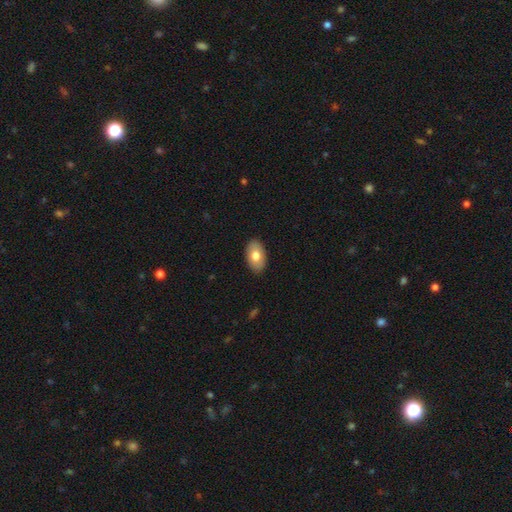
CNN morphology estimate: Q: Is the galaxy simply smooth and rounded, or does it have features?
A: smooth — 75%.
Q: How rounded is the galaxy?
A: in between — 93%.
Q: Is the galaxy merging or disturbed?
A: none — 89%.